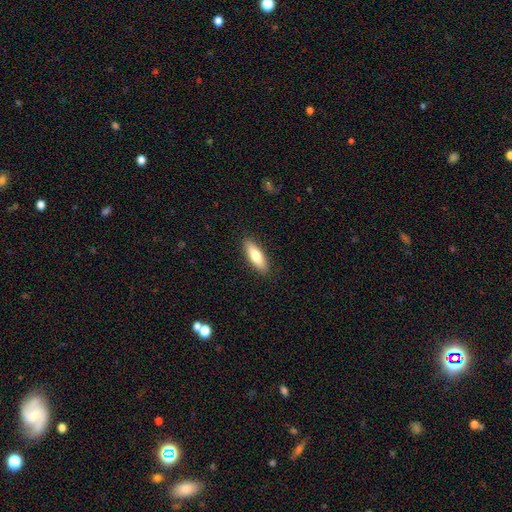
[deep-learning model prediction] Overall: smooth (75%). How rounded: in between (54%; cigar-shaped 44%). Merging: none (89%).